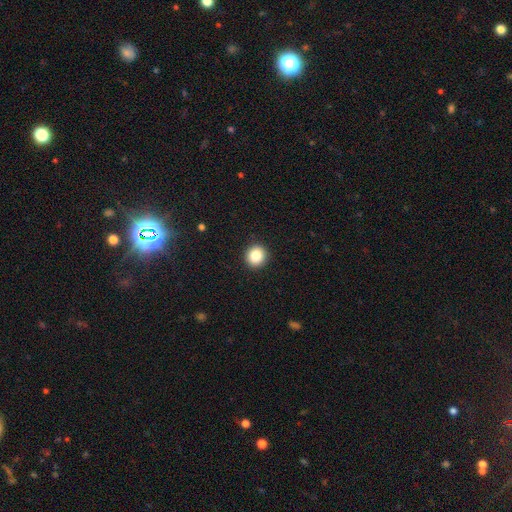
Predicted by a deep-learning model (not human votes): Smooth or featured?
  - smooth: 85% *
  - star or artifact: 9%
  - featured or disk: 6%
How rounded?
  - round: 90% *
  - in between: 9%
  - cigar-shaped: 1%
Merging?
  - none: 93% *
  - minor disturbance: 5%
  - major disturbance: 2%
  - merger: 1%